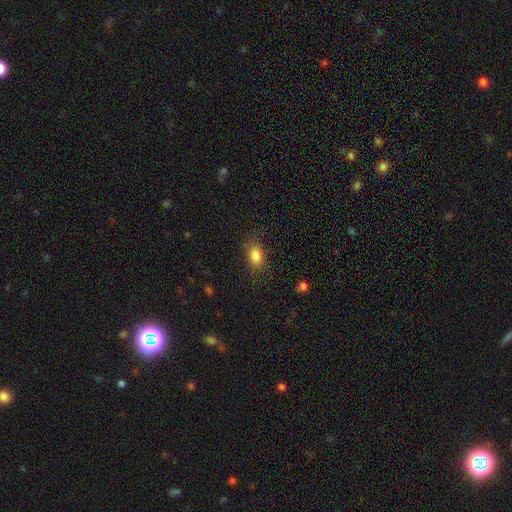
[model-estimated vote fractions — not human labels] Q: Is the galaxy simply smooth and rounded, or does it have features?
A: smooth — 83%.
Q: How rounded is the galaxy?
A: in between — 76%.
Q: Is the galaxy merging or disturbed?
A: none — 81%.